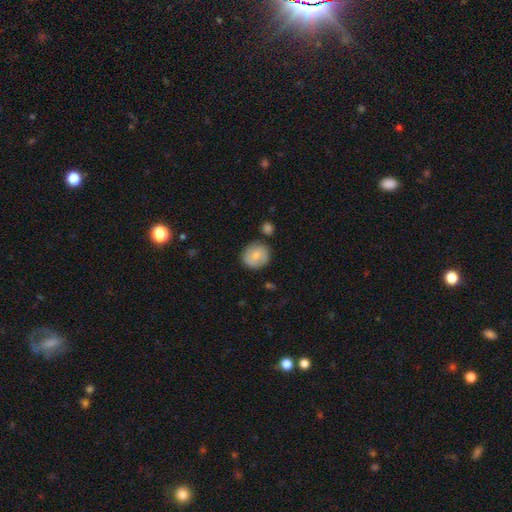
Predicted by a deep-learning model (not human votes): A smooth galaxy with no disk features (73%) that is round (81%).

Vote fractions:
- Smooth or featured? smooth: 73% / featured or disk: 20% / star or artifact: 7%
- How rounded? round: 81% / in between: 18% / cigar-shaped: 1%
- Merging? none: 76% / minor disturbance: 15% / merger: 5% / major disturbance: 4%